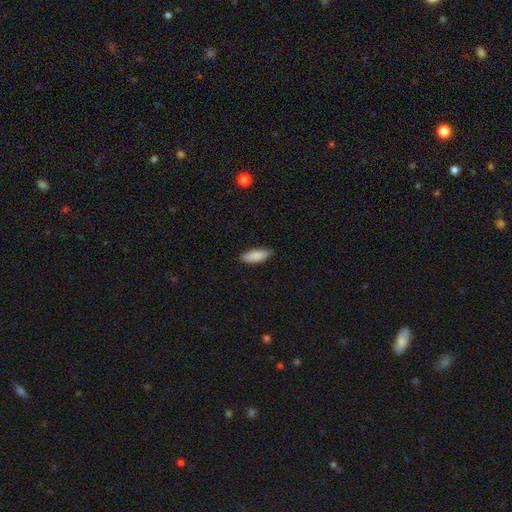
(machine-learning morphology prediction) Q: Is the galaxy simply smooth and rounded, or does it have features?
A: smooth — 88%.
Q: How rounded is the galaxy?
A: in between — 64%.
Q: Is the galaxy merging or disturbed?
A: none — 86%.